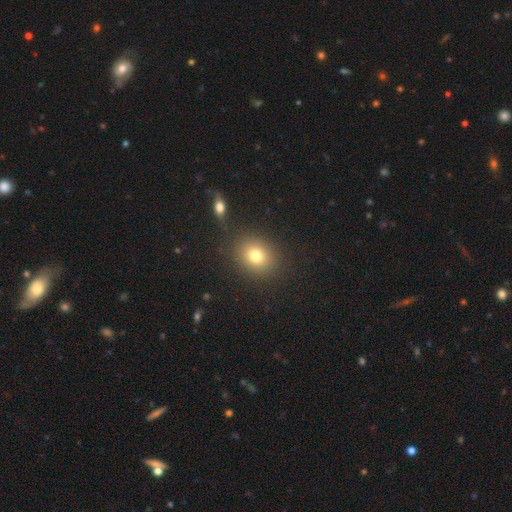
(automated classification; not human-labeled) This is likely a smooth galaxy (78%). How rounded: likely round (67%). Merging: clearly none (85%).